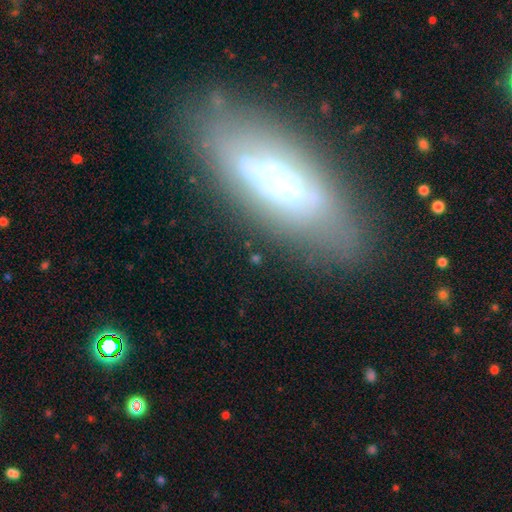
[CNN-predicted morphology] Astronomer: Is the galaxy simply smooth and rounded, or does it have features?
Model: featured or disk — 55%.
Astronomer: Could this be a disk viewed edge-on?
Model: no — 57% (runner-up: yes, 43%).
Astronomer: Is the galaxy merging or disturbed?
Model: none — 65%.